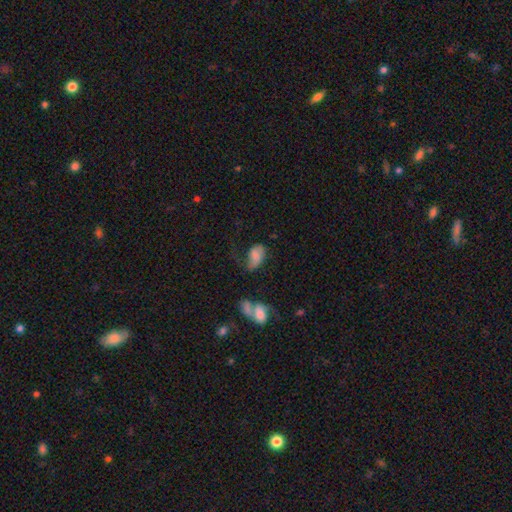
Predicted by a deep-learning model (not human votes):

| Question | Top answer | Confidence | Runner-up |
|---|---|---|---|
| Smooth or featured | smooth | 62% | featured or disk (27%) |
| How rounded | in between | 89% | round (9%) |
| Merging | major disturbance | 31% | tied: none (31%) |